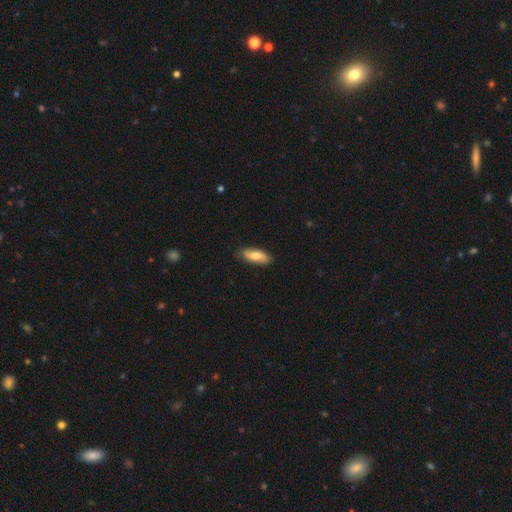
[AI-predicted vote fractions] A smooth galaxy with no disk features (67%) that is in between round and cigar-shaped (71%). Merging: none (84%).